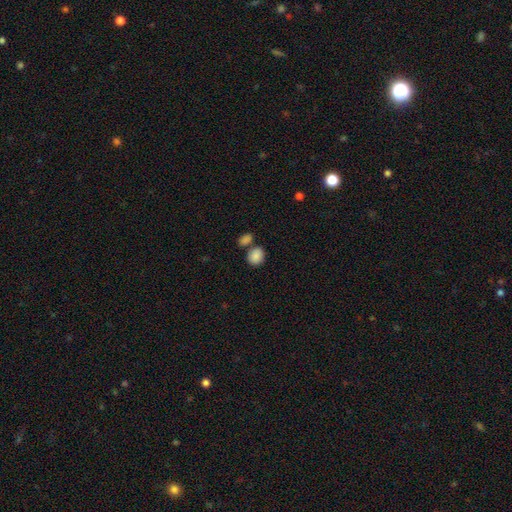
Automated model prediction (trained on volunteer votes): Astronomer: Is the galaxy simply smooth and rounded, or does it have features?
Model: smooth — 87%.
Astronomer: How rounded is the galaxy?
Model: round — 60% (runner-up: in between, 39%).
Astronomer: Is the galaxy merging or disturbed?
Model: none — 60%.